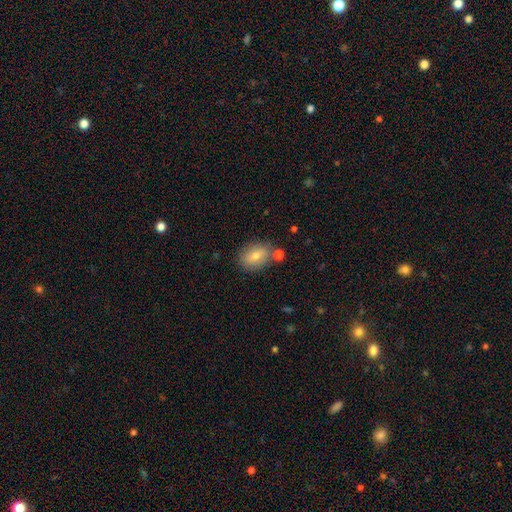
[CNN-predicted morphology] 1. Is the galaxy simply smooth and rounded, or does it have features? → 73% smooth, 17% featured or disk, 10% star or artifact.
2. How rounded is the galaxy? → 65% in between, 33% round, 1% cigar-shaped.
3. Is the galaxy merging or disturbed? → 79% none, 11% minor disturbance, 7% merger, 3% major disturbance.